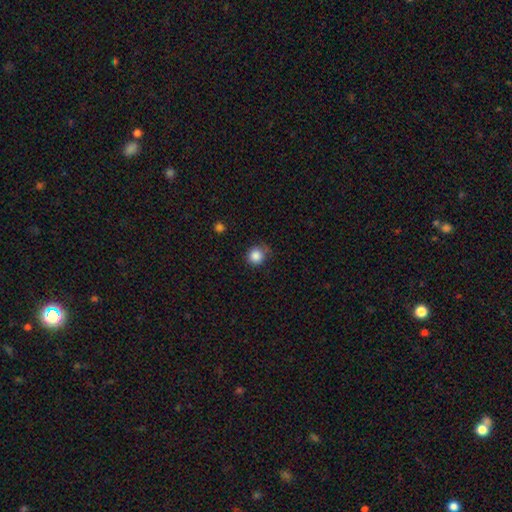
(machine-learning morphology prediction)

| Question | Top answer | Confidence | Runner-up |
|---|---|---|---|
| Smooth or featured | smooth | 86% | star or artifact (10%) |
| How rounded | round | 89% | in between (10%) |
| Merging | none | 69% | minor disturbance (23%) |